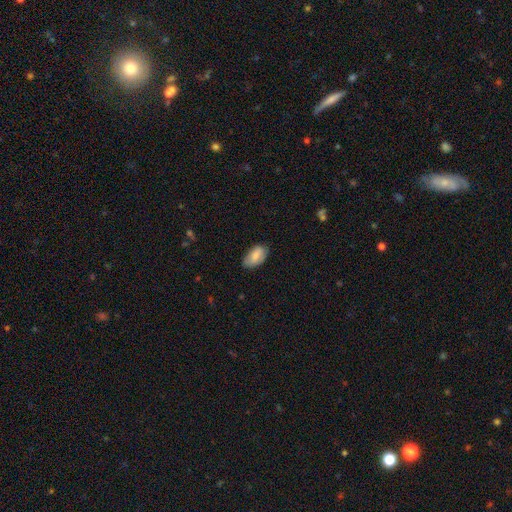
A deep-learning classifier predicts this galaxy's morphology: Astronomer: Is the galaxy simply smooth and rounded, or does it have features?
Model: smooth — 82%.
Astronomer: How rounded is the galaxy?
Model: in between — 94%.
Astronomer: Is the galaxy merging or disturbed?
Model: none — 74%.